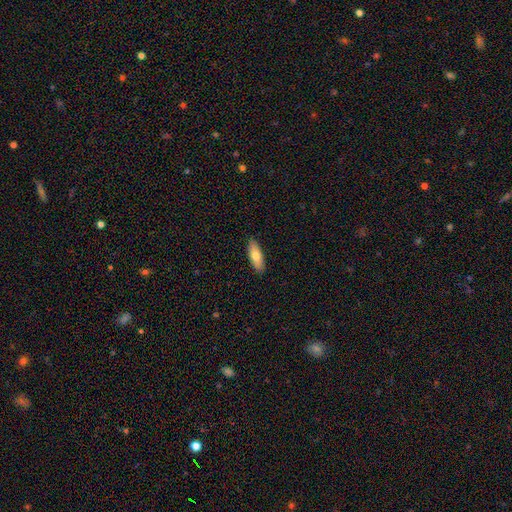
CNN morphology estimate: type=smooth (72%); roundness=in between (66%); merging=none (90%).